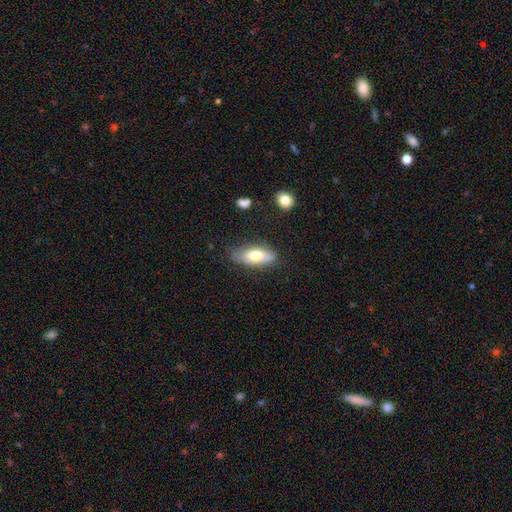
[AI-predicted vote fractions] Morphology: type=smooth (68%); roundness=in between (80%); merging=none (74%).